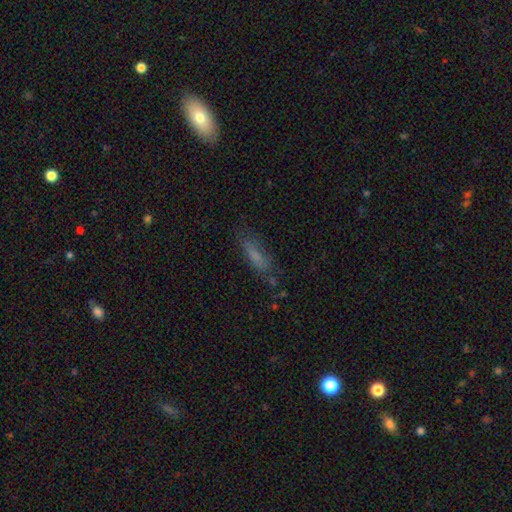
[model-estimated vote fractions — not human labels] This is likely a smooth galaxy (68%). How rounded: possibly cigar-shaped (57%). Merging: likely none (68%).